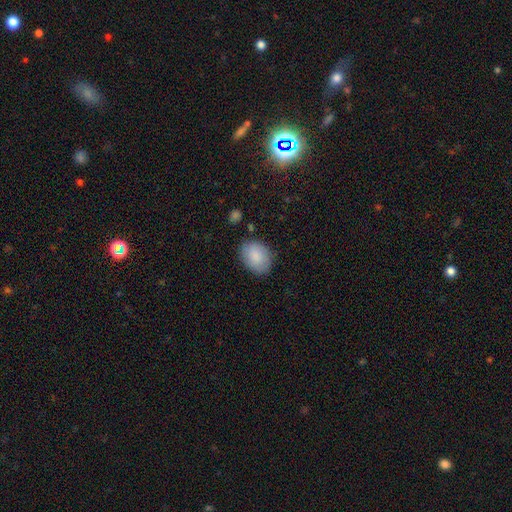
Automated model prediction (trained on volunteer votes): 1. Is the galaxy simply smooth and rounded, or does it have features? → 87% smooth, 7% featured or disk, 6% star or artifact.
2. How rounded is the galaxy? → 71% in between, 28% round, 1% cigar-shaped.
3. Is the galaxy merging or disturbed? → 80% none, 14% minor disturbance, 3% major disturbance, 2% merger.